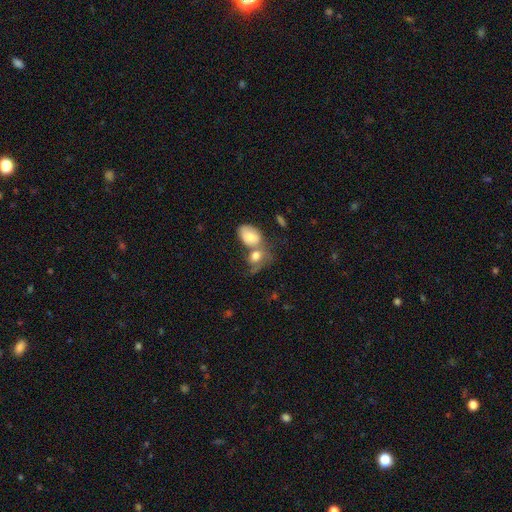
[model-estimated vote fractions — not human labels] smooth_or_featured: smooth (p=0.69) [alt: featured or disk p=0.22]
how_rounded: in between (p=0.67) [alt: round p=0.31]
merging: merger (p=0.61) [alt: none p=0.20]